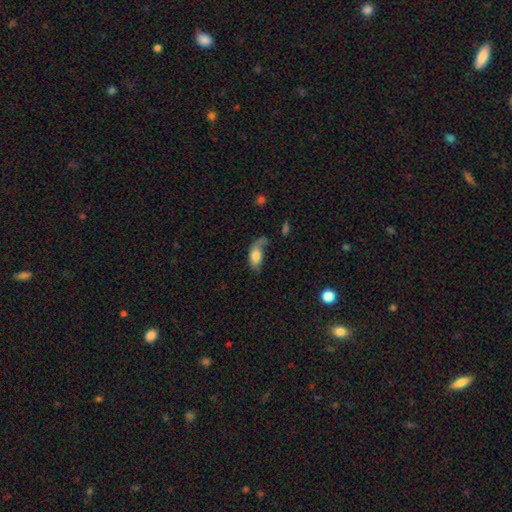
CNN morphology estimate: Overall: smooth (70%). How rounded: in between (87%). Merging: major disturbance (35%; none 31%).